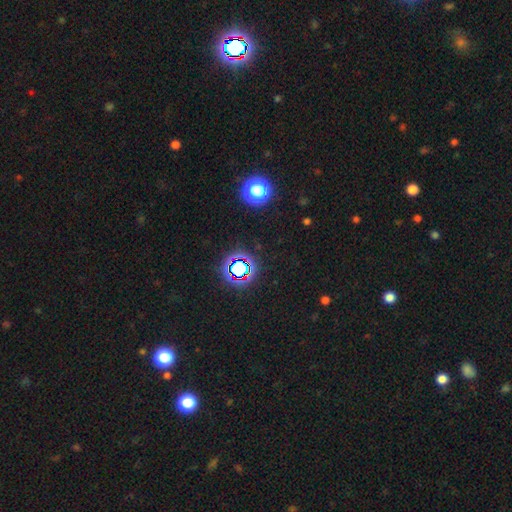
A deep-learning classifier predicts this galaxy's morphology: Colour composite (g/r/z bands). It shows a star or artifact, not a galaxy (75%).